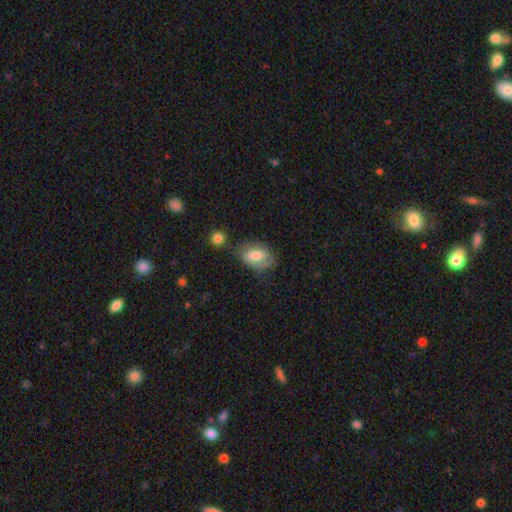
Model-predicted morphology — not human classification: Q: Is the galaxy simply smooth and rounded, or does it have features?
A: smooth — 60%.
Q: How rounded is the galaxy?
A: in between — 86%.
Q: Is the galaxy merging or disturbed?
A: none — 50%.